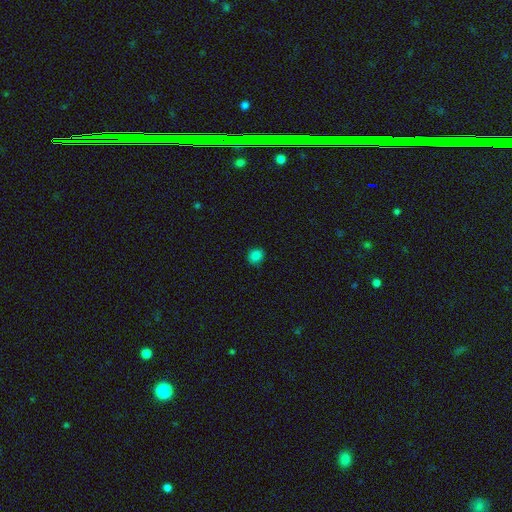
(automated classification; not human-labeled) Smooth or featured? smooth (83%)
How rounded? round (80%)
Merging? none (86%)